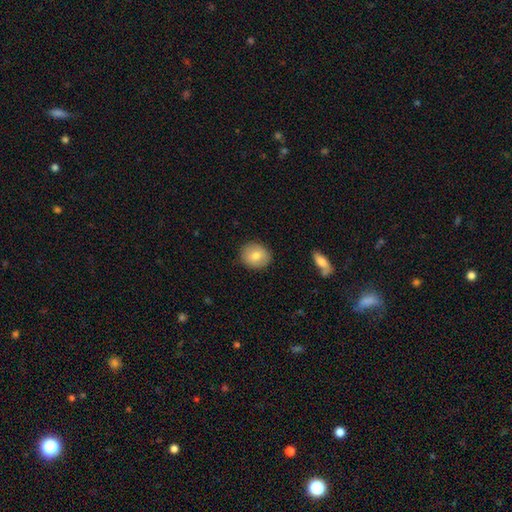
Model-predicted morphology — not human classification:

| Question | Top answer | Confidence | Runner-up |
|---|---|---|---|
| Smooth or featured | smooth | 79% | featured or disk (13%) |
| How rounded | round | 75% | in between (24%) |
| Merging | none | 88% | minor disturbance (9%) |